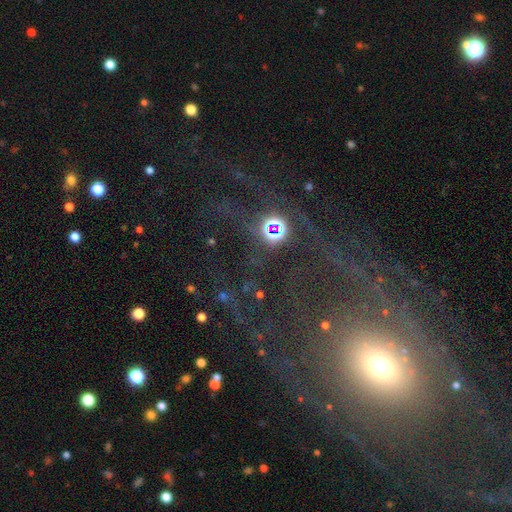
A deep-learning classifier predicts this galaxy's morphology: type=star or artifact (40%, tied with featured or disk).